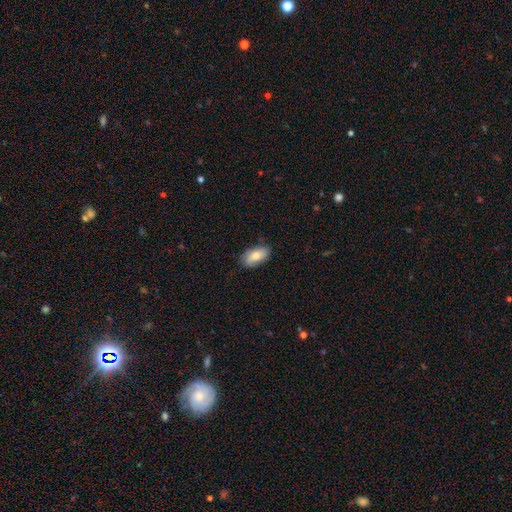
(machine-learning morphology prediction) smooth-or-featured: smooth: 74% | featured or disk: 19% | star or artifact: 7%
  how-rounded: in between: 93% | cigar-shaped: 4% | round: 4%
  merging: none: 77% | minor disturbance: 19% | major disturbance: 3% | merger: 1%